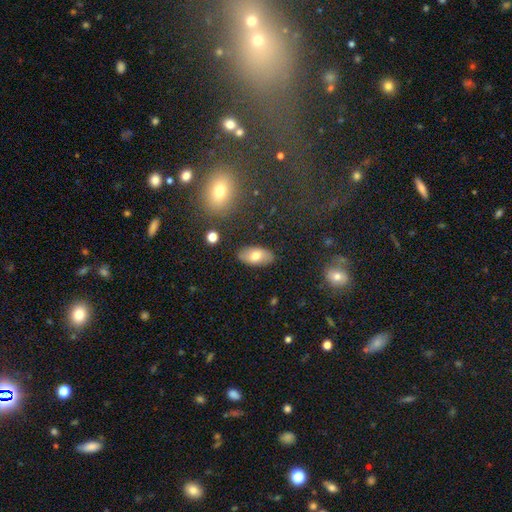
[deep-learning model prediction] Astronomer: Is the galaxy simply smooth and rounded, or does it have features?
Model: smooth — 71%.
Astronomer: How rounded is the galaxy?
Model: in between — 93%.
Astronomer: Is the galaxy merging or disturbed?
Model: none — 86%.